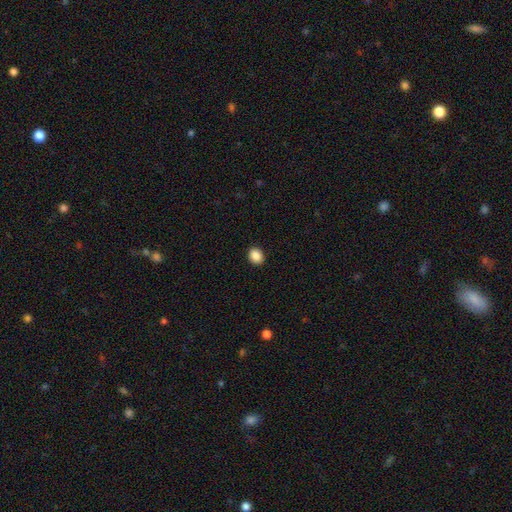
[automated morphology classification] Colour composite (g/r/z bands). It shows a smooth galaxy with no disk features (88%) that is round (56%). Merging: none (92%).